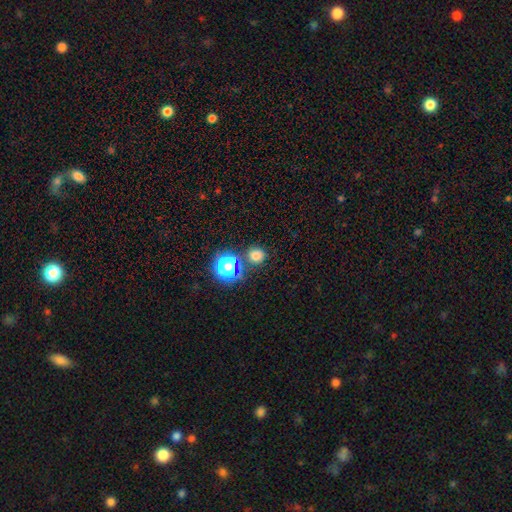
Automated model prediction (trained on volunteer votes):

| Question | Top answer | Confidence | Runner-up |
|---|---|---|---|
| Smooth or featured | smooth | 71% | star or artifact (24%) |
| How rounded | round | 87% | in between (11%) |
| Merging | none | 78% | merger (10%) |